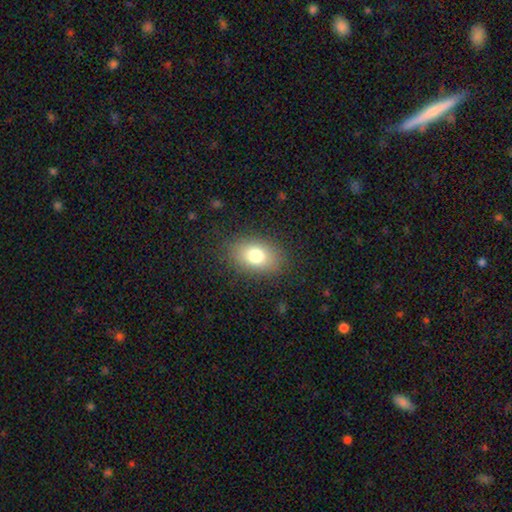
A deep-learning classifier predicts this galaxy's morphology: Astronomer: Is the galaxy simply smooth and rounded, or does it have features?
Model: smooth — 77%.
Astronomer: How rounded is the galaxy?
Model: in between — 80%.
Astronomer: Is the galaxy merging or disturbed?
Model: none — 84%.